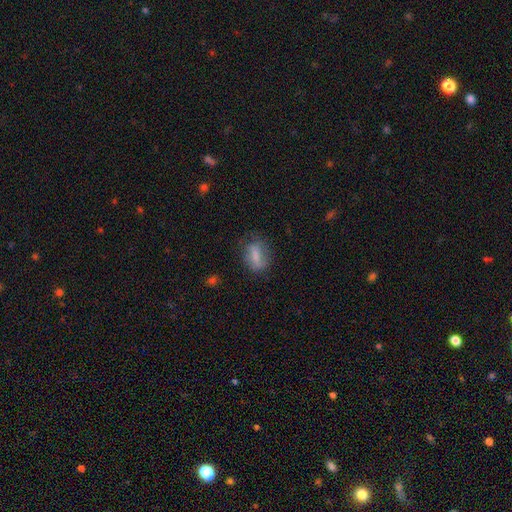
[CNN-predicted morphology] This is likely a smooth galaxy (65%). How rounded: likely in between (70%). Merging: likely none (63%).